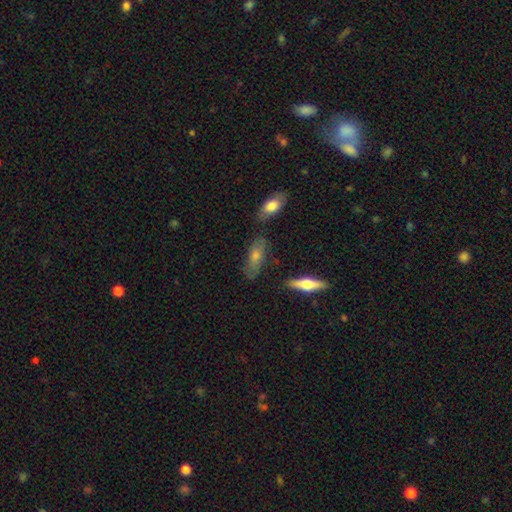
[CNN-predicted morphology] smooth 51%, featured or disk 39%, star or artifact 10%. Down the decision tree: how rounded — in between (61%); merging — none (71%).